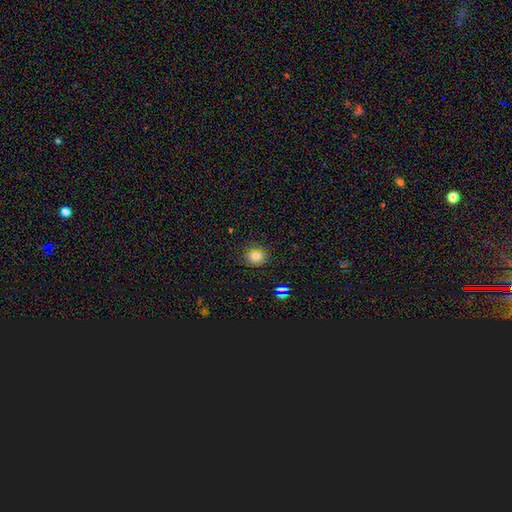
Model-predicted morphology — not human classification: type=smooth (75%); roundness=round (78%); merging=none (82%).